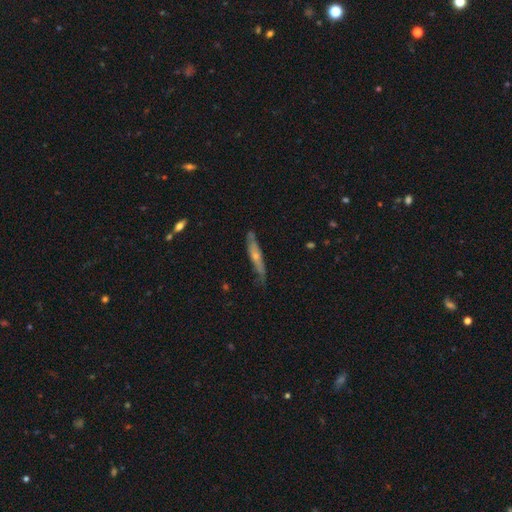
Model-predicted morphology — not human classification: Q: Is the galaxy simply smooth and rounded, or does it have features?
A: featured or disk — 55%.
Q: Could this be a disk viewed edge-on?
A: yes — 79%.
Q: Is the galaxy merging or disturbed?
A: none — 69%.